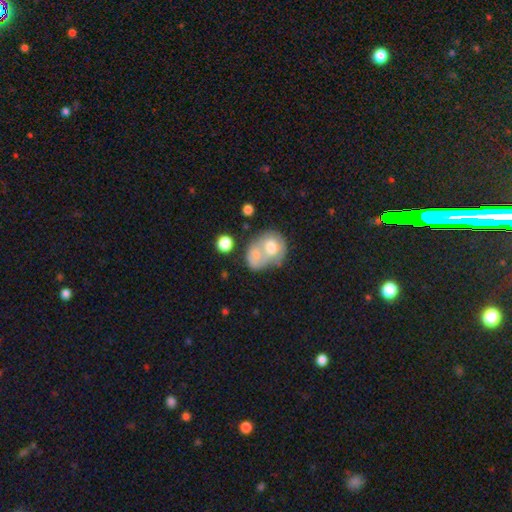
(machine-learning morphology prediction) Smooth or featured?
  - smooth: 63% *
  - featured or disk: 29%
  - star or artifact: 8%
How rounded?
  - round: 51% *
  - in between: 48%
  - cigar-shaped: 1%
Merging?
  - merger: 65% *
  - none: 18%
  - minor disturbance: 10%
  - major disturbance: 8%